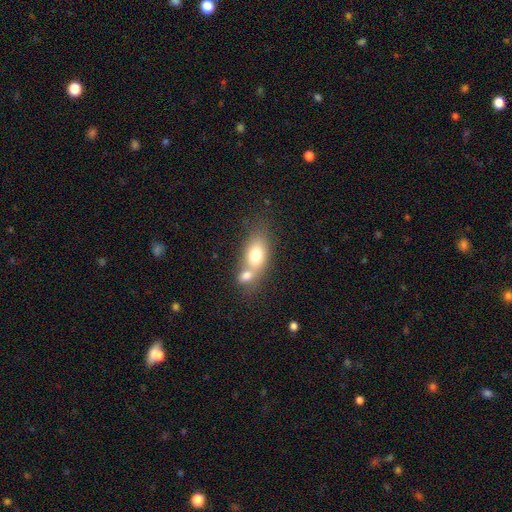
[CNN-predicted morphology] smooth_or_featured: smooth (p=0.72) [alt: featured or disk p=0.20]
how_rounded: in between (p=0.80) [alt: round p=0.15]
merging: merger (p=0.61) [alt: none p=0.27]